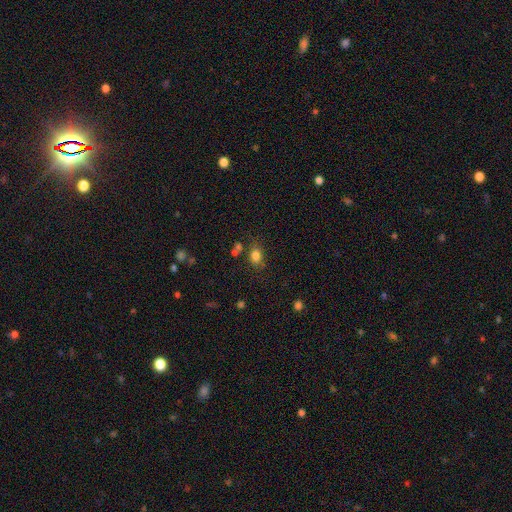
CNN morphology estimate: A smooth galaxy with no disk features (81%) that is in between round and cigar-shaped (70%).

Vote fractions:
- Smooth or featured? smooth: 81% / star or artifact: 12% / featured or disk: 7%
- How rounded? in between: 70% / round: 28% / cigar-shaped: 2%
- Merging? none: 70% / minor disturbance: 16% / merger: 9% / major disturbance: 5%